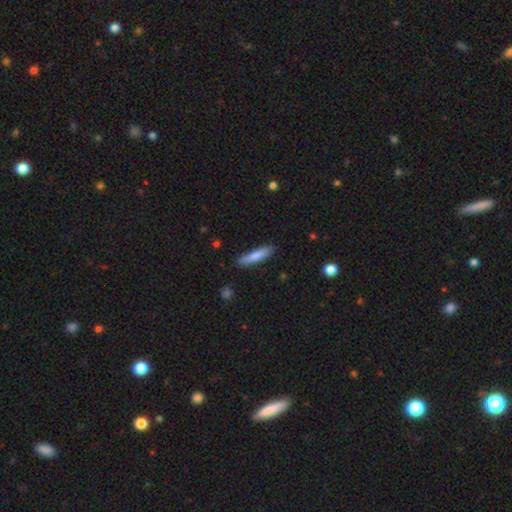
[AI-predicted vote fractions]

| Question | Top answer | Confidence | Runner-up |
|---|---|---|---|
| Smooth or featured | smooth | 78% | featured or disk (16%) |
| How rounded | cigar-shaped | 86% | in between (13%) |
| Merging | none | 83% | minor disturbance (13%) |